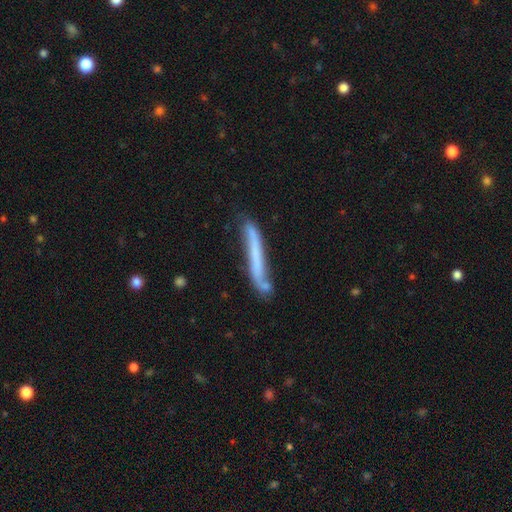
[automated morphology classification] type=smooth (46%, tied with featured or disk); merging=none (64%).